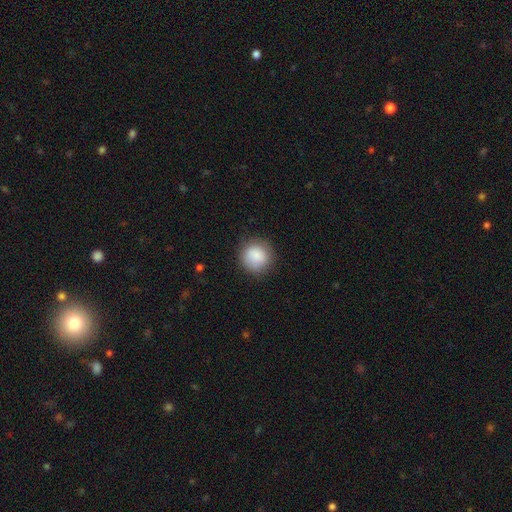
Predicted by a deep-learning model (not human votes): This appears to be a smooth galaxy with no disk features (87%) that is round (91%). Merging: none (84%).